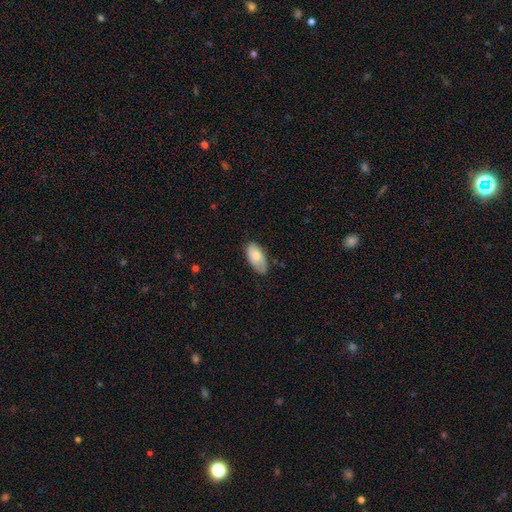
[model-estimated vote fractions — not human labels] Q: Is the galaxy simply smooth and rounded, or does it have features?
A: smooth — 75%.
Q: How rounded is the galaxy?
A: in between — 94%.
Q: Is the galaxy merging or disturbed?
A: none — 70%.